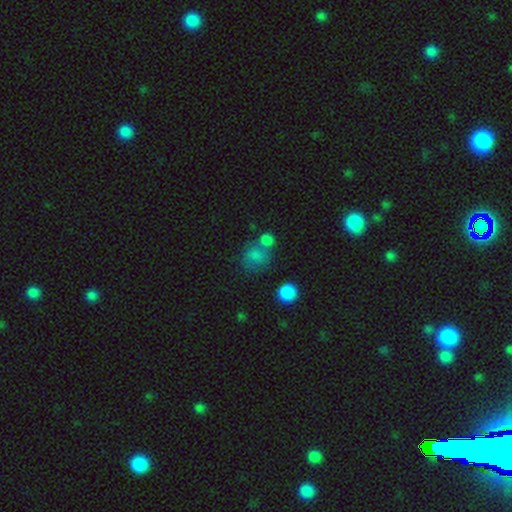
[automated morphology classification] Q: Smooth or featured?
A: smooth (75%); runner-up: star or artifact (14%)
Q: How rounded?
A: round (75%); runner-up: in between (24%)
Q: Merging?
A: none (46%); runner-up: merger (28%)